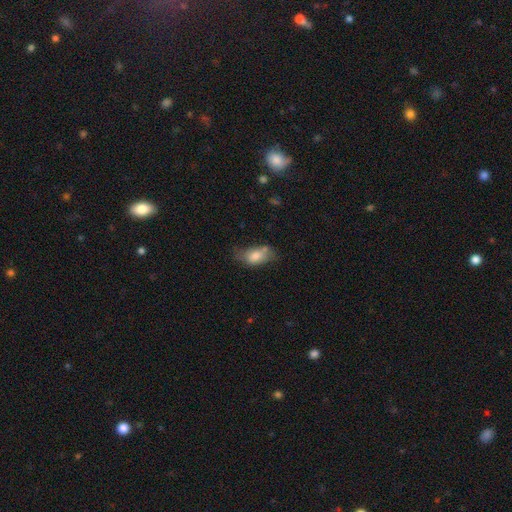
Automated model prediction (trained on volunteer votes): Overall: smooth (73%). How rounded: in between (88%). Merging: none (47%; minor disturbance 32%).